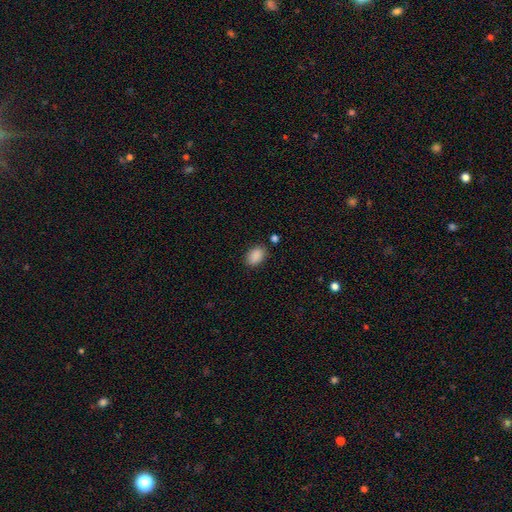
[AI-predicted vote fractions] A smooth galaxy with no disk features (89%) that is in between round and cigar-shaped (81%). Merging: none (80%).